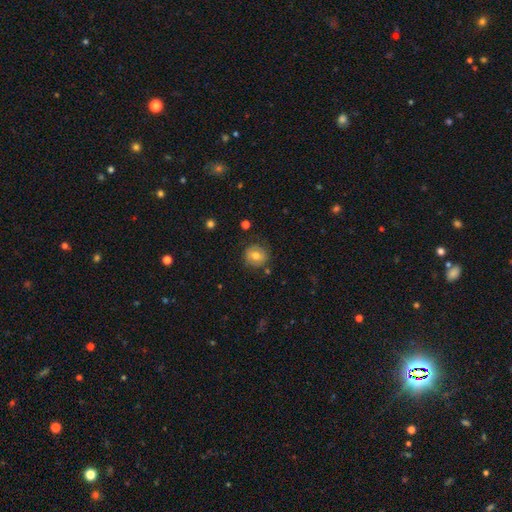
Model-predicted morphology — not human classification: A smooth galaxy with no disk features (69%) that is round (87%). Merging: none (81%).